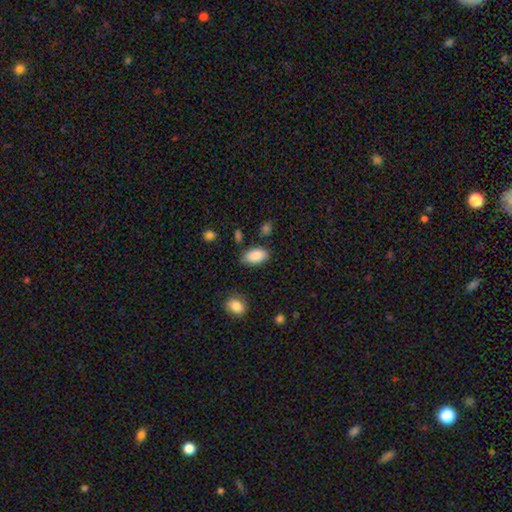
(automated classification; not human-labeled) Overall: smooth (88%). How rounded: in between (94%). Merging: none (79%).